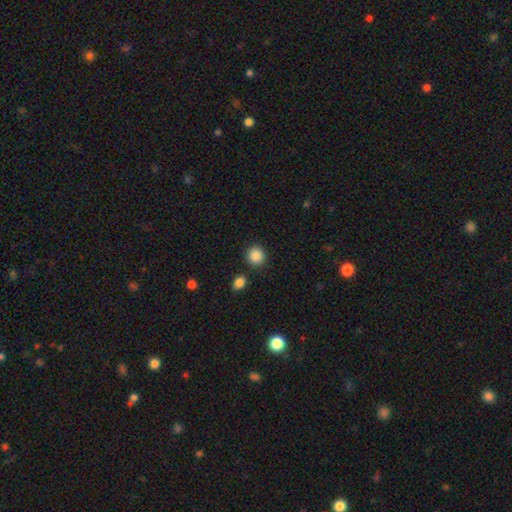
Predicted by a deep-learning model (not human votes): Q: Smooth or featured?
A: smooth (88%); runner-up: star or artifact (9%)
Q: How rounded?
A: round (87%); runner-up: in between (12%)
Q: Merging?
A: none (86%); runner-up: minor disturbance (7%)